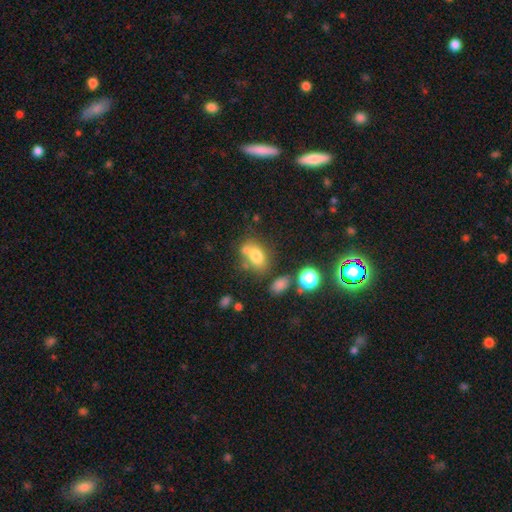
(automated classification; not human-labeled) A smooth galaxy with no disk features (73%) that is in between round and cigar-shaped (70%). Merging: none (49%).